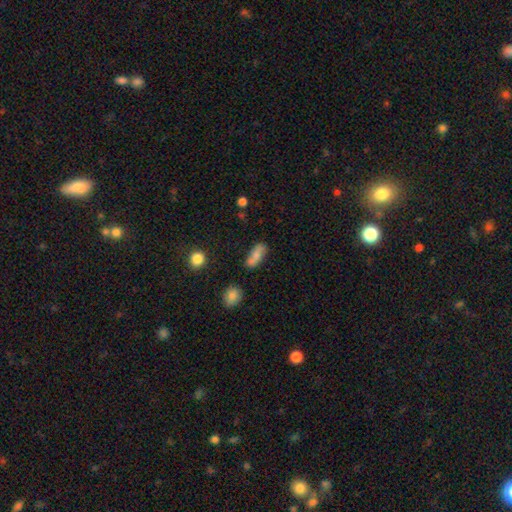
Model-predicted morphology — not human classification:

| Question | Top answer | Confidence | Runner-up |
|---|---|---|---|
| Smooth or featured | smooth | 72% | featured or disk (20%) |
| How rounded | in between | 77% | cigar-shaped (18%) |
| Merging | none | 67% | minor disturbance (18%) |